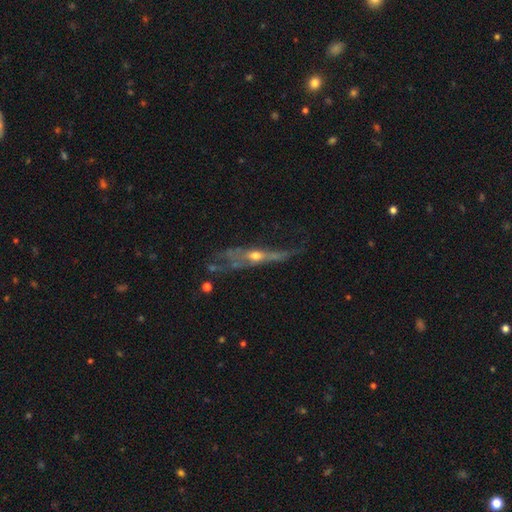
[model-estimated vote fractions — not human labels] Smooth or featured? featured or disk (70%)
Edge-on disk? yes (58%)
Merging? none (37%)